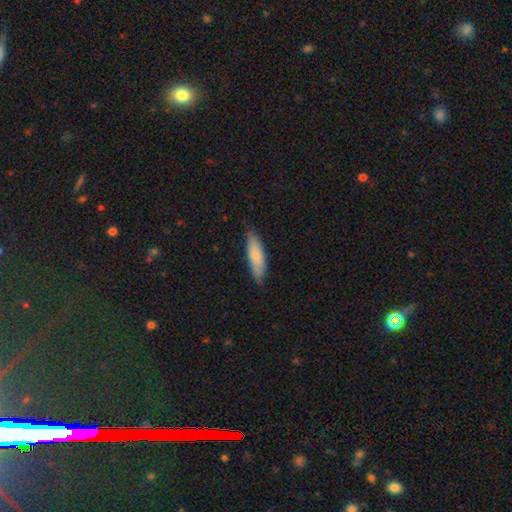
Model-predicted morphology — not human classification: type=smooth (75%); roundness=cigar-shaped (59%); merging=none (80%).